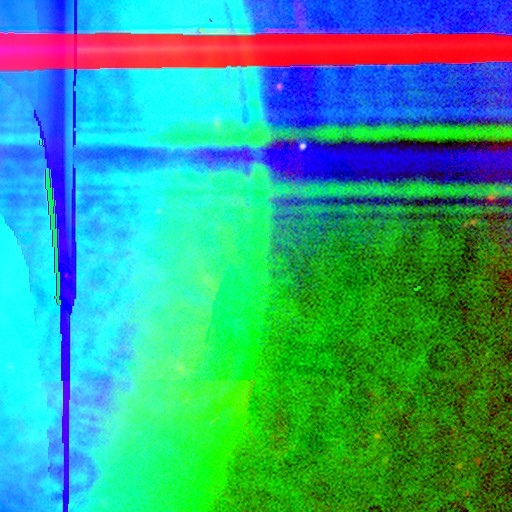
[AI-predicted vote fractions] Q: Smooth or featured?
A: star or artifact (83%); runner-up: featured or disk (9%)